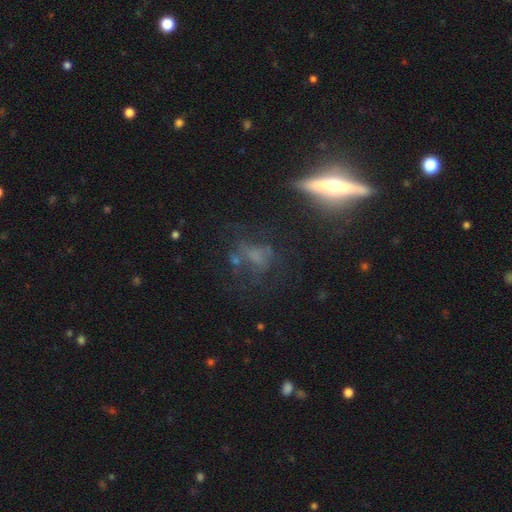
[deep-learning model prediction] Smooth or featured?
  - featured or disk: 49% *
  - smooth: 31%
  - star or artifact: 20%
Merging?
  - none: 55% *
  - minor disturbance: 19%
  - major disturbance: 18%
  - merger: 8%